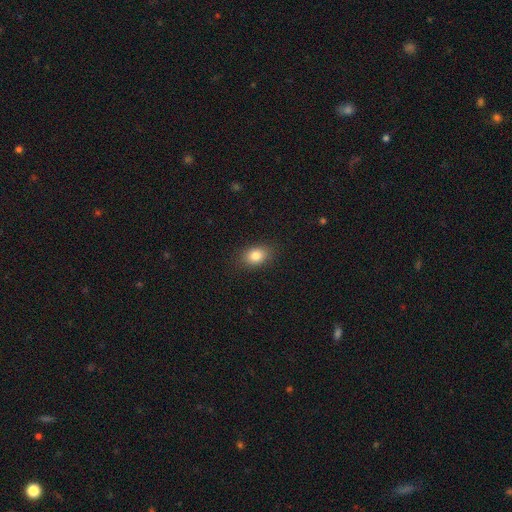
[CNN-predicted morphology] Smooth or featured? smooth (83%)
How rounded? in between (72%)
Merging? none (87%)